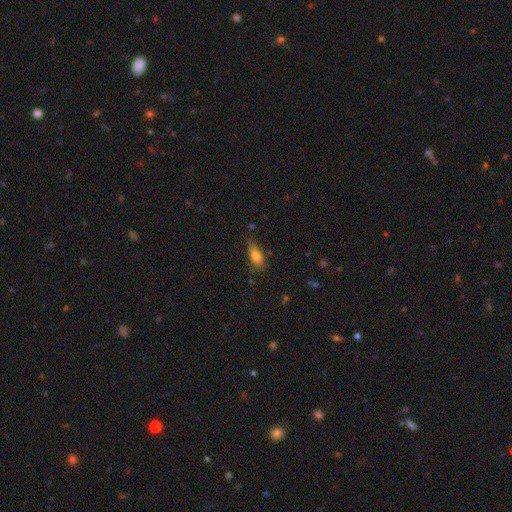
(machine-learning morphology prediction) Q: Smooth or featured?
A: smooth (75%); runner-up: featured or disk (16%)
Q: How rounded?
A: in between (78%); runner-up: cigar-shaped (17%)
Q: Merging?
A: none (68%); runner-up: minor disturbance (24%)